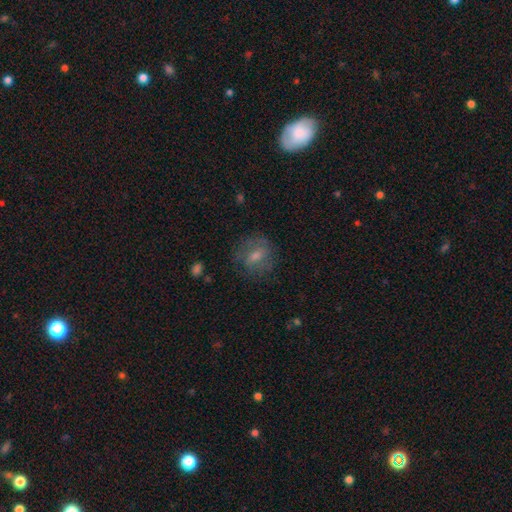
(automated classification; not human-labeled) Morphology: type=smooth (53%); roundness=round (62%); merging=none (74%).